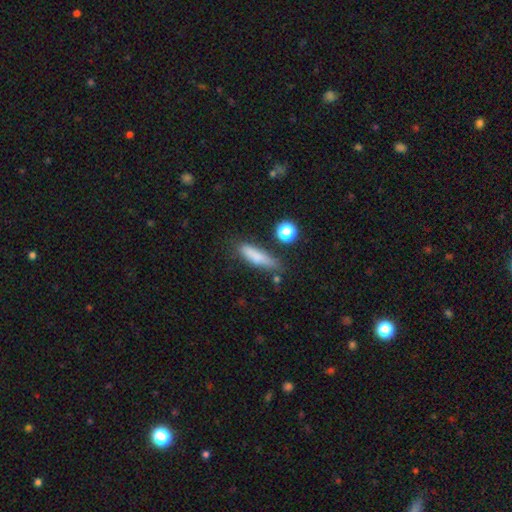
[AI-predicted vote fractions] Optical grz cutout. It shows a smooth galaxy with no disk features (78%) that is cigar-shaped (71%). Merging: none (66%).